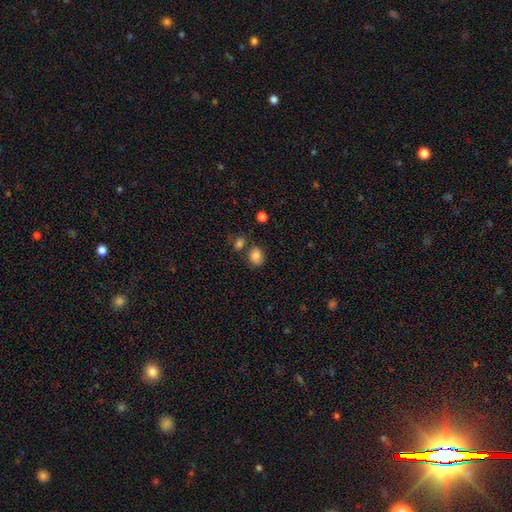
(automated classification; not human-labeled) Q: Smooth or featured?
A: smooth (84%); runner-up: star or artifact (10%)
Q: How rounded?
A: in between (59%); runner-up: round (40%)
Q: Merging?
A: none (71%); runner-up: minor disturbance (13%)